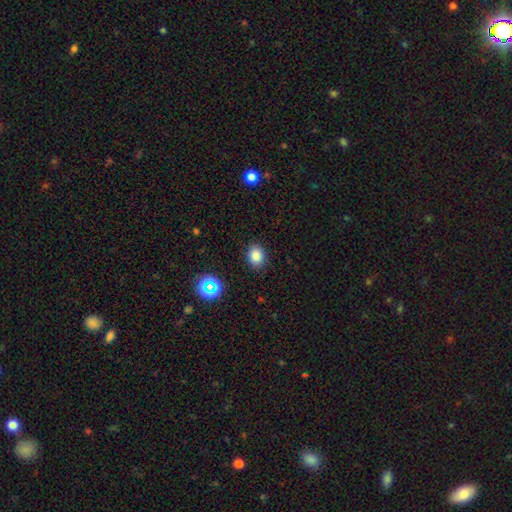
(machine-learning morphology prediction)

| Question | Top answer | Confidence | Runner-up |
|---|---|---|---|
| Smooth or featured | smooth | 82% | star or artifact (13%) |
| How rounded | round | 50% | in between (49%) |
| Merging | none | 87% | minor disturbance (9%) |